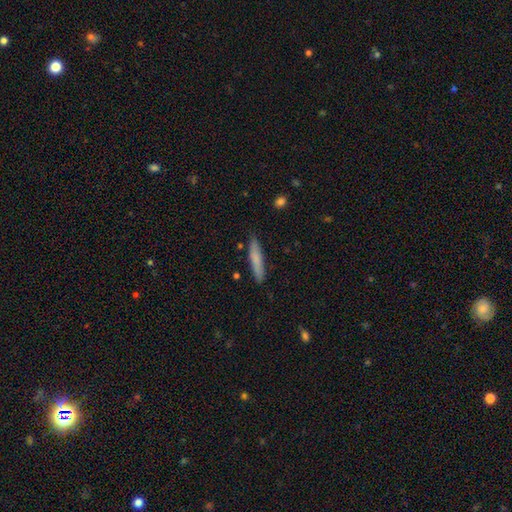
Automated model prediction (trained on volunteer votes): Smooth or featured? Predicted: smooth (p=0.73). How rounded? Predicted: cigar-shaped (p=0.92). Merging? Predicted: none (p=0.87).